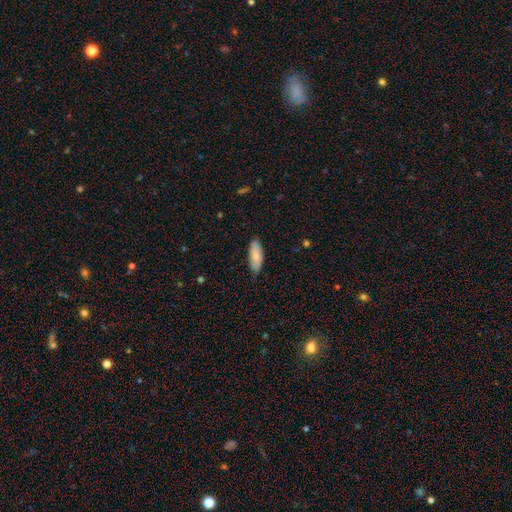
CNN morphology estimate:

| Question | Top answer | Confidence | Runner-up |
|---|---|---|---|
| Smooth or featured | smooth | 80% | featured or disk (14%) |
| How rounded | in between | 77% | cigar-shaped (21%) |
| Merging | none | 81% | minor disturbance (15%) |